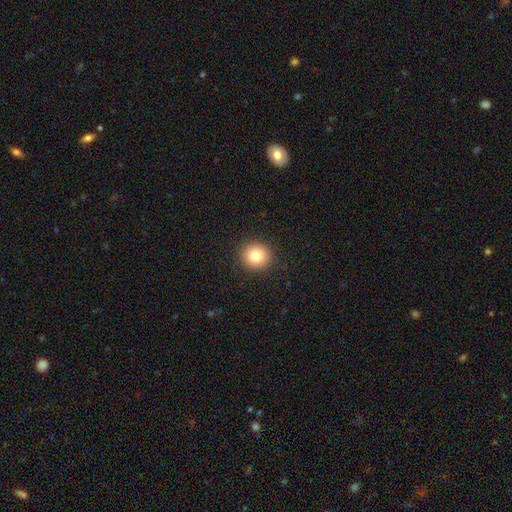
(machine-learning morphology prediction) Smooth or featured? smooth (81%)
How rounded? round (92%)
Merging? none (92%)